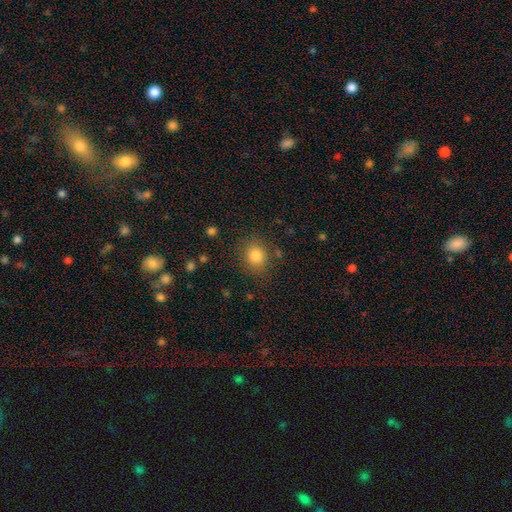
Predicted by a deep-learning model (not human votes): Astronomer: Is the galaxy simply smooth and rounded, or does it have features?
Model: smooth — 83%.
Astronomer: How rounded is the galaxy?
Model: round — 72%.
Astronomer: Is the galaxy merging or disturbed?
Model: none — 83%.